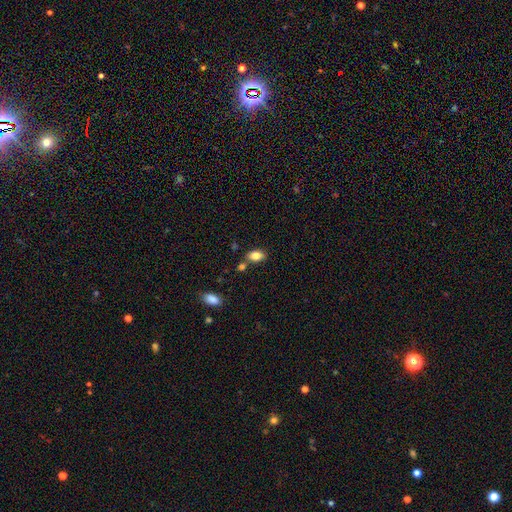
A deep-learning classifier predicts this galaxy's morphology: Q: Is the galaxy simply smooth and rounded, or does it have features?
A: smooth — 84%.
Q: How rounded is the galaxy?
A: in between — 89%.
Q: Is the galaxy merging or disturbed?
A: none — 74%.